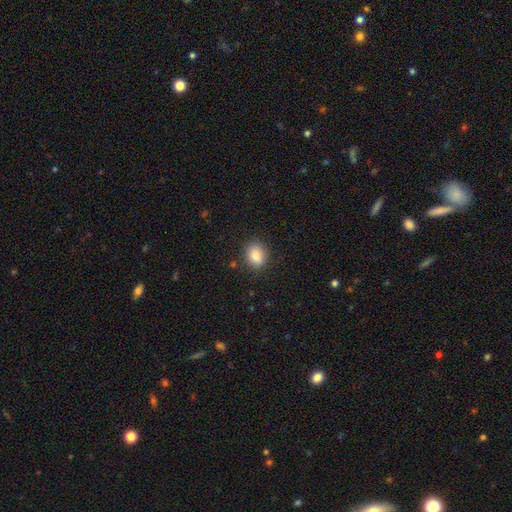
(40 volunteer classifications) Volunteers were most divided on "how rounded": in between: 60%, round: 40%, cigar-shaped: 0%. More confident: merging — none (89%); smooth or featured — smooth (88%).